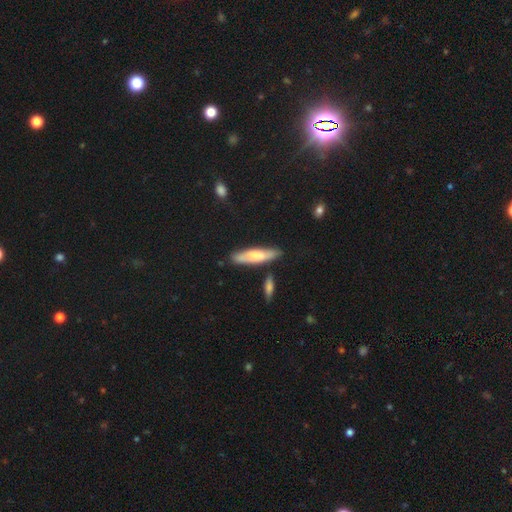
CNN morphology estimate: A smooth galaxy with no disk features (65%) that is cigar-shaped (71%). Merging: none (76%).